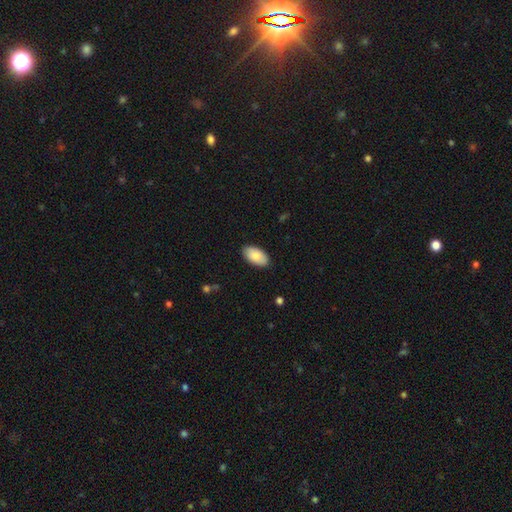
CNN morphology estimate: Smooth or featured: smooth — 86% (featured or disk — 8%)
How rounded: in between — 96% (round — 2%)
Merging: none — 88% (minor disturbance — 9%)